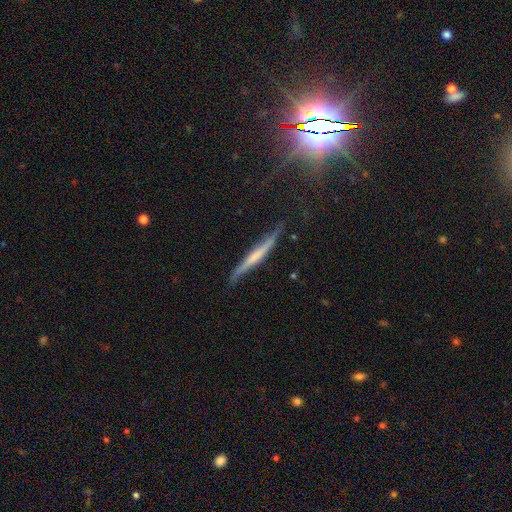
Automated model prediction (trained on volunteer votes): Smooth or featured? Predicted: featured or disk (p=0.57). Edge-on disk? Predicted: yes (p=0.92). Edge-on bulge? Predicted: none (p=0.57). Merging? Predicted: none (p=0.73).